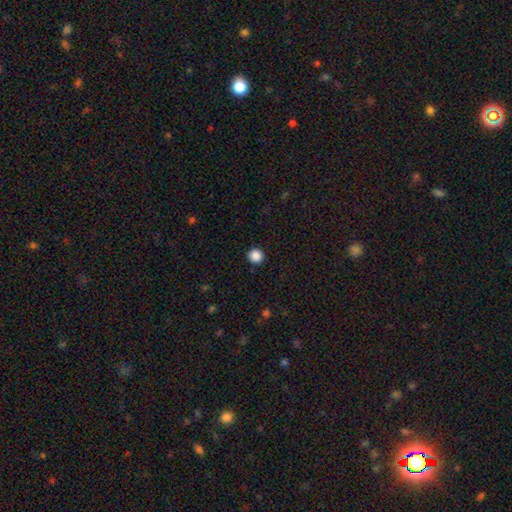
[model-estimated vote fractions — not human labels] Smooth or featured? smooth (87%)
How rounded? round (95%)
Merging? none (93%)